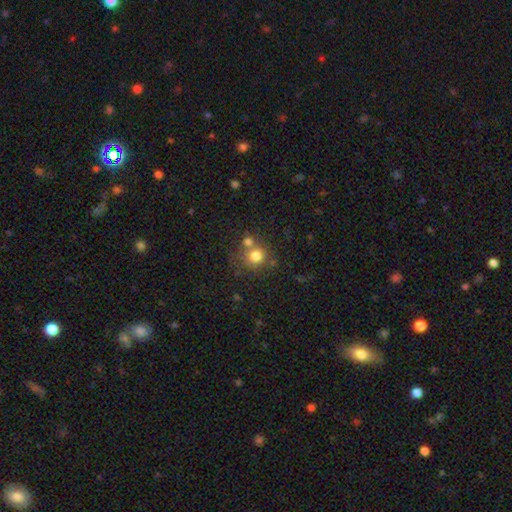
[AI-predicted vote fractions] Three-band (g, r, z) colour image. It shows a smooth galaxy with no disk features (78%) that is round (88%). Merging: none (61%).